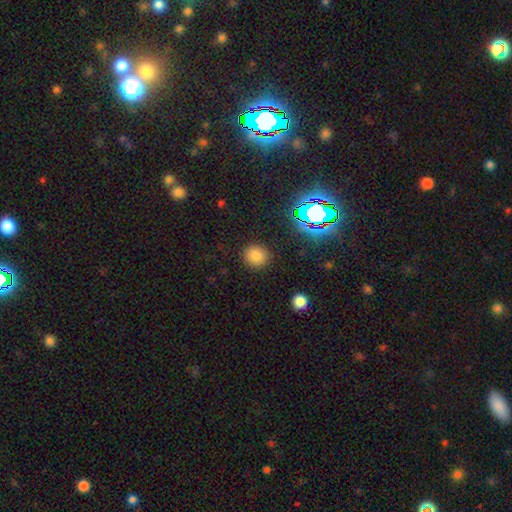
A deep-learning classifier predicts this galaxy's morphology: A smooth galaxy with no disk features (78%) that is round (87%). Merging: none (89%).